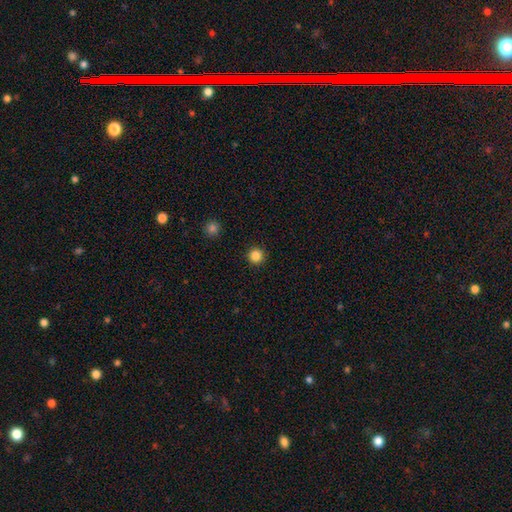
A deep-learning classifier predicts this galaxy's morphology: This is clearly a smooth galaxy (84%). How rounded: clearly round (96%). Merging: clearly none (93%).